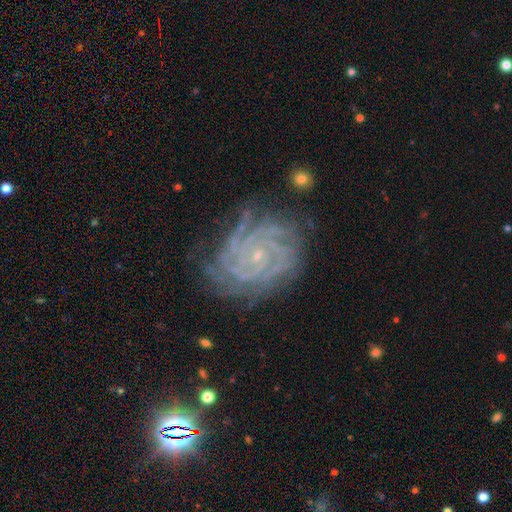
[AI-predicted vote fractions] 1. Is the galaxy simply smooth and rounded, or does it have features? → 88% featured or disk, 7% star or artifact, 5% smooth.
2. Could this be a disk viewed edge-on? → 98% no, 2% yes.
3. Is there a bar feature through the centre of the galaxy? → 75% no, 18% weak, 7% strong.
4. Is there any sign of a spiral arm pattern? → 98% yes, 2% no.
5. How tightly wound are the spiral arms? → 82% tight, 15% medium, 2% loose.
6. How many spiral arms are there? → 27% 4, 22% more than 4, 18% can't tell, 15% 3, 11% 2, 8% 1.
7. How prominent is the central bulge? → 86% small, 10% moderate, 2% none, 1% large, 1% dominant.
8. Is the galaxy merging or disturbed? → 75% none, 17% minor disturbance, 7% major disturbance, 2% merger.